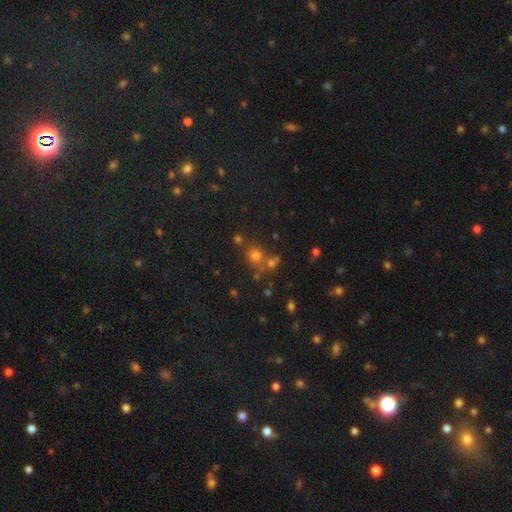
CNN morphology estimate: Smooth or featured? Predicted: smooth (p=0.61). How rounded? Predicted: round (p=0.84). Merging? Predicted: none (p=0.63).